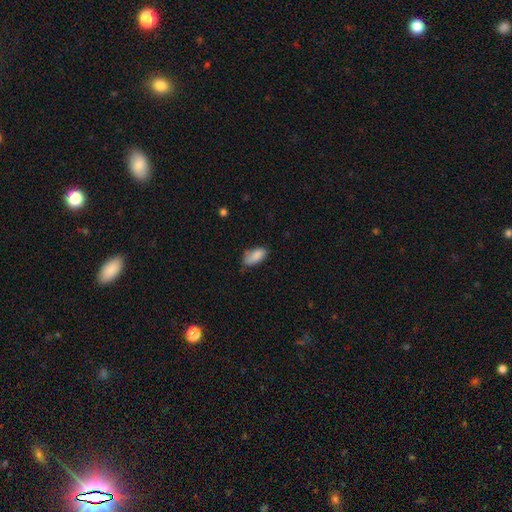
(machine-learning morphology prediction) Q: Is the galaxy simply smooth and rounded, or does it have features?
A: smooth — 86%.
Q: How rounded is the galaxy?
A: in between — 91%.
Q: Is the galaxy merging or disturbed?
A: none — 60%.